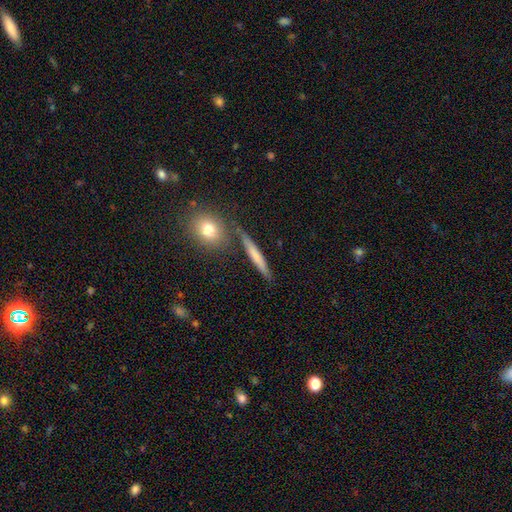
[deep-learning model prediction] smooth_or_featured: smooth (p=0.63) [alt: featured or disk p=0.29]
how_rounded: cigar-shaped (p=0.89) [alt: in between p=0.07]
merging: none (p=0.81) [alt: minor disturbance p=0.10]